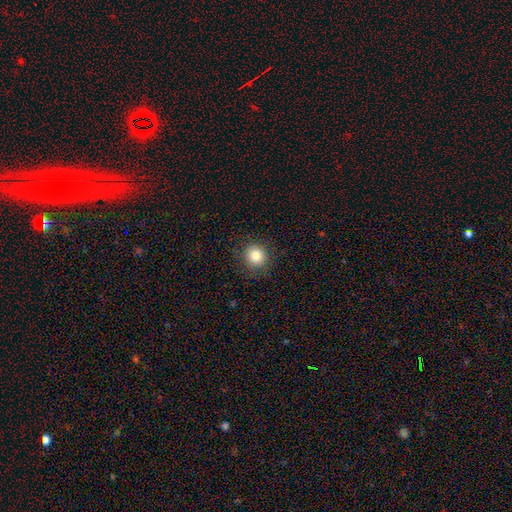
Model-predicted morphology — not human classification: Smooth or featured?
  - smooth: 83% *
  - star or artifact: 11%
  - featured or disk: 6%
How rounded?
  - round: 87% *
  - in between: 12%
  - cigar-shaped: 1%
Merging?
  - none: 89% *
  - minor disturbance: 7%
  - major disturbance: 3%
  - merger: 1%